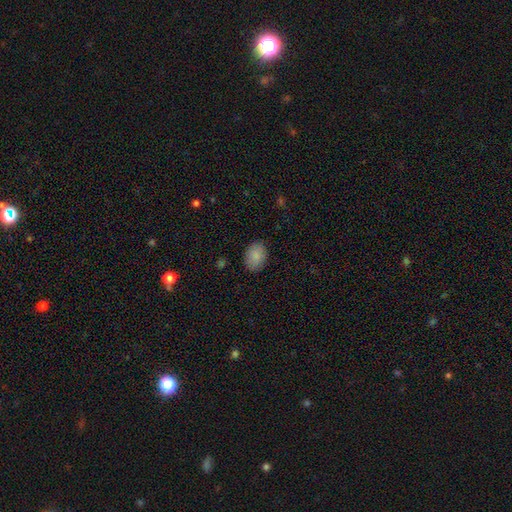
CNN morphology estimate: Overall: smooth (88%). How rounded: in between (75%). Merging: none (86%).